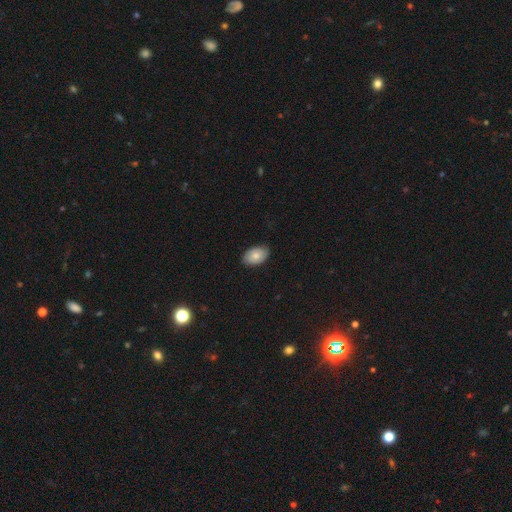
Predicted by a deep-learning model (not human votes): The model was most divided on "smooth or featured": smooth: 69%, featured or disk: 24%, star or artifact: 7%. More confident: how rounded — in between (90%); merging — none (83%).